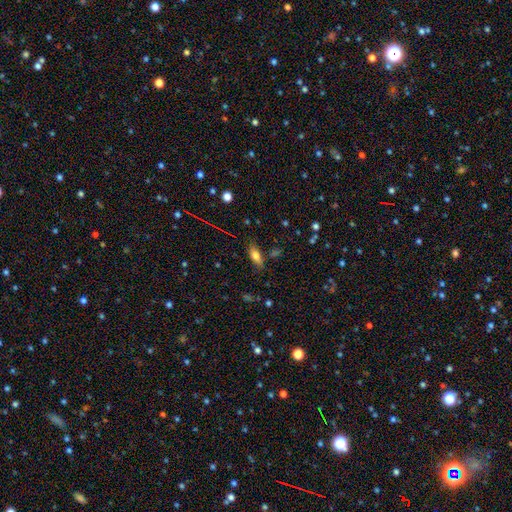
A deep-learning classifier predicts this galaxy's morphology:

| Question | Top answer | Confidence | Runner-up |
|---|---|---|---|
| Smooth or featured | smooth | 71% | featured or disk (18%) |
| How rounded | in between | 74% | cigar-shaped (22%) |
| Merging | none | 72% | minor disturbance (18%) |